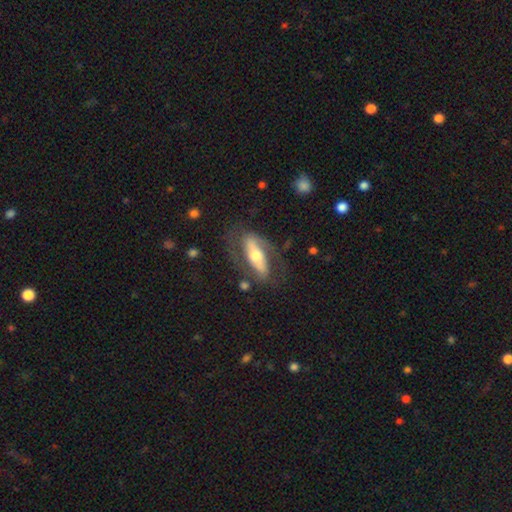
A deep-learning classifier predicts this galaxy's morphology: The model was most divided on "smooth or featured": featured or disk: 67%, smooth: 28%, star or artifact: 5%. More confident: edge-on disk — no (73%); merging — none (65%).